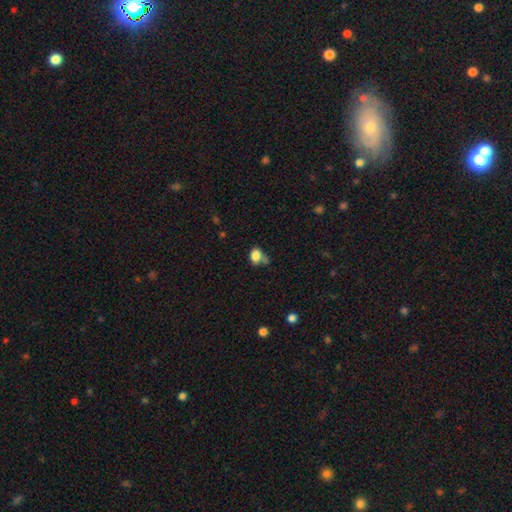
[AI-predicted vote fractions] A smooth galaxy with no disk features (82%) that is in between round and cigar-shaped (70%). Merging: none (44%).